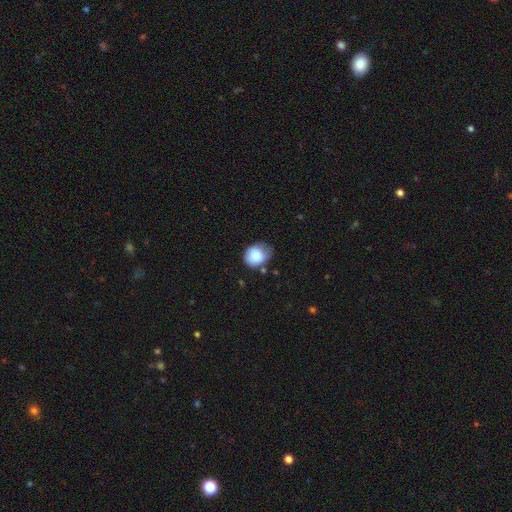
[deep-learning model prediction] Q: Smooth or featured?
A: smooth (85%); runner-up: star or artifact (8%)
Q: How rounded?
A: round (56%); runner-up: in between (43%)
Q: Merging?
A: minor disturbance (42%); runner-up: none (39%)